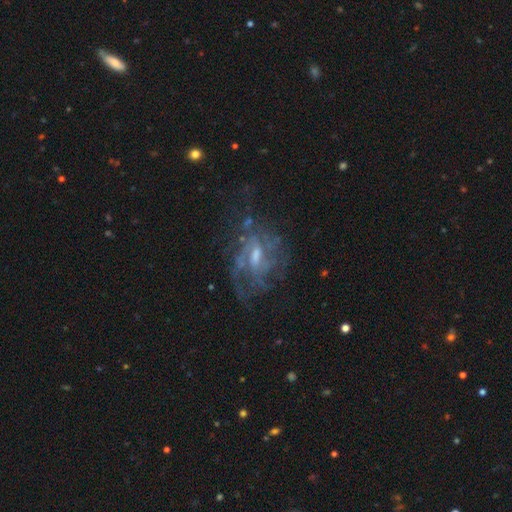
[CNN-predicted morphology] type=featured or disk (80%); edge-on=no (96%); bar=weak (54%); spiral arms=yes (83%); winding=medium (43%); arm count=can't tell (45%); bulge=moderate (46%); merging=none (54%).